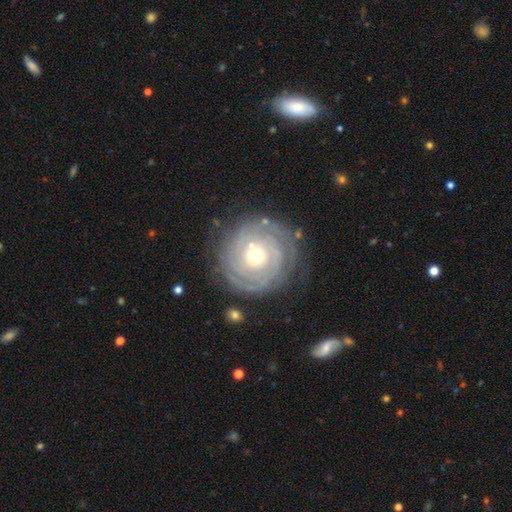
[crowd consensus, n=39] smooth-or-featured: featured or disk: 87% | star or artifact: 8% | smooth: 5%
  disk-edge-on: no: 97% | yes: 3%
    bar: no: 67% | strong: 21% | weak: 12%
    has-spiral-arms: yes: 100% | no: 0%
      spiral-winding: tight: 100% | medium: 0% | loose: 0%
      spiral-arm-count: 4: 36% | 3: 27% | can't tell: 27% | more than 4: 6% | 2: 3% | 1: 0%
    bulge-size: moderate: 61% | small: 36% | large: 3% | dominant: 0% | none: 0%
  merging: none: 94% | minor disturbance: 3% | major disturbance: 3% | merger: 0%